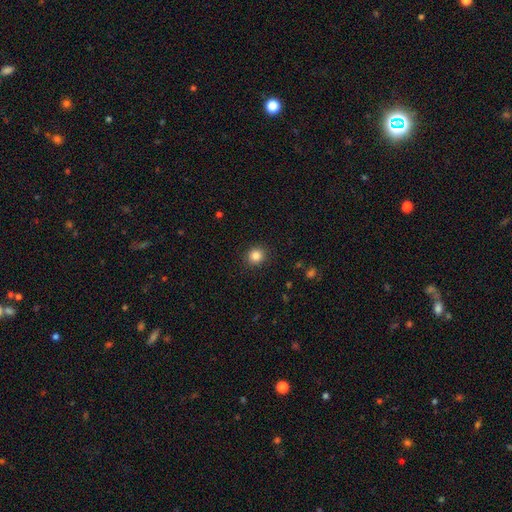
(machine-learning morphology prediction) This is clearly a smooth galaxy (85%). How rounded: clearly round (85%). Merging: clearly none (90%).